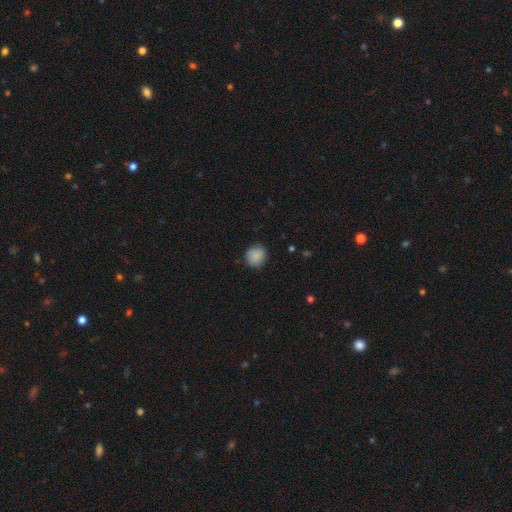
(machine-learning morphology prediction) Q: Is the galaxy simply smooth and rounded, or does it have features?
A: smooth — 88%.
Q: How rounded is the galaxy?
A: round — 84%.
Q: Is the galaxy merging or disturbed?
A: none — 85%.